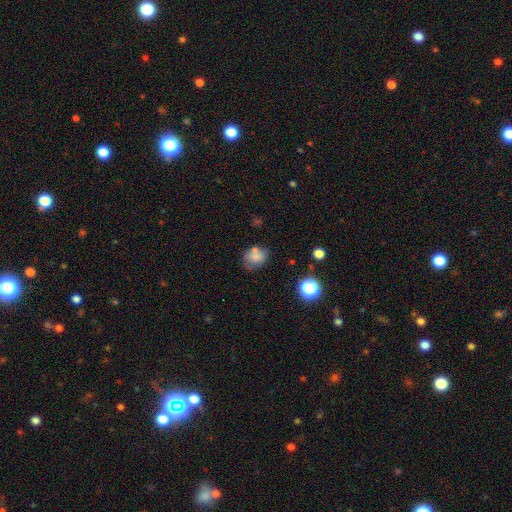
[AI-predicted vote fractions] smooth_or_featured: smooth (p=0.74) [alt: featured or disk p=0.13]
how_rounded: in between (p=0.57) [alt: round p=0.42]
merging: none (p=0.56) [alt: minor disturbance p=0.22]